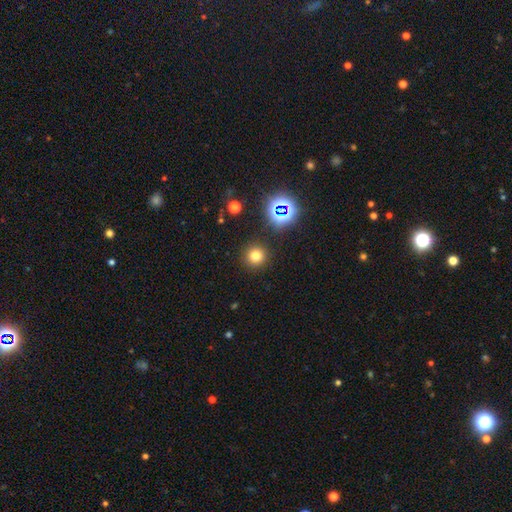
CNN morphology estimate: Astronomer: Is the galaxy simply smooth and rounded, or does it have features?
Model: smooth — 73%.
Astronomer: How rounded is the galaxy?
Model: round — 94%.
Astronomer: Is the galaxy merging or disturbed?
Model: none — 90%.